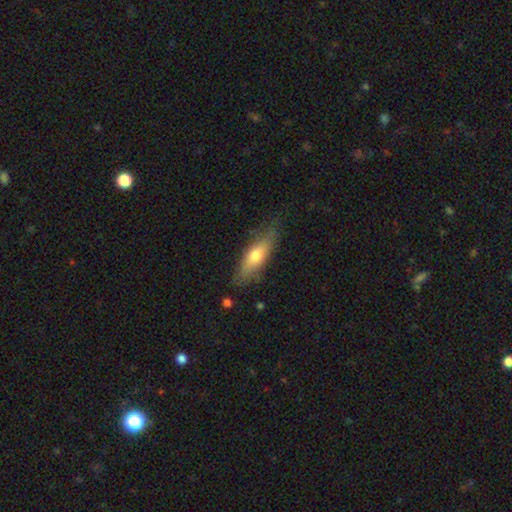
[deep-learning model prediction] smooth 65%, featured or disk 29%, star or artifact 6%. Down the decision tree: how rounded — in between (56%); merging — none (72%).